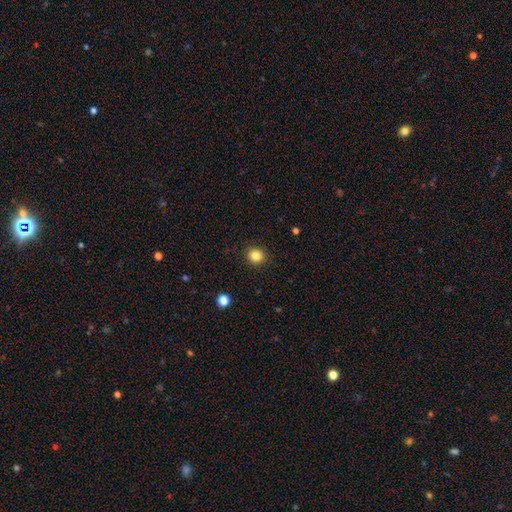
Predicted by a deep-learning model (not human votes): Overall: smooth (84%). How rounded: round (87%). Merging: none (91%).